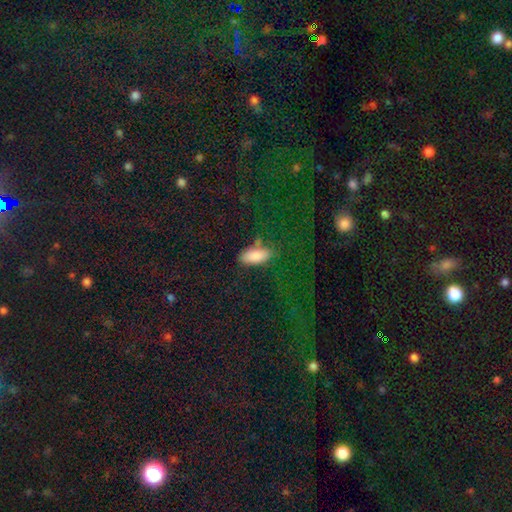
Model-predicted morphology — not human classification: The model was most divided on "merging": none: 68%, minor disturbance: 20%, major disturbance: 7%, merger: 6%. More confident: how rounded — in between (88%); smooth or featured — smooth (86%).